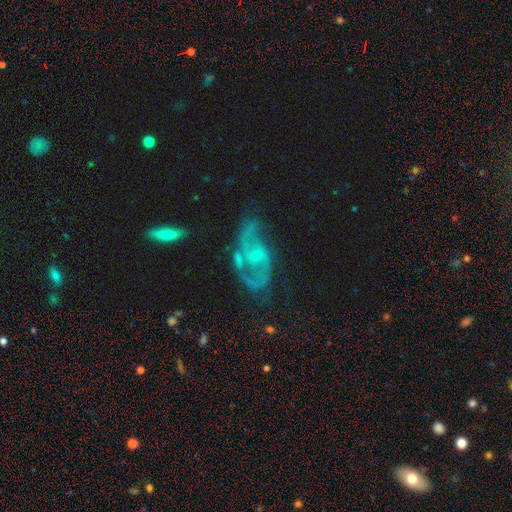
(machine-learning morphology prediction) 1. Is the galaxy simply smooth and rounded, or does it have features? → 83% featured or disk, 10% smooth, 8% star or artifact.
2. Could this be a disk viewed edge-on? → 96% no, 4% yes.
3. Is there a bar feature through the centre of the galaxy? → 69% no, 25% weak, 6% strong.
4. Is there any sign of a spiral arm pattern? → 90% yes, 10% no.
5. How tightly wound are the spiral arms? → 46% medium, 33% loose, 21% tight.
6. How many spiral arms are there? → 71% 2, 12% can't tell, 6% 1, 6% 3, 2% 4, 2% more than 4.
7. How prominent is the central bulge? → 72% small, 24% moderate, 2% none, 1% large, 1% dominant.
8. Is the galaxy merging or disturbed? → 47% none, 23% minor disturbance, 22% major disturbance, 8% merger.